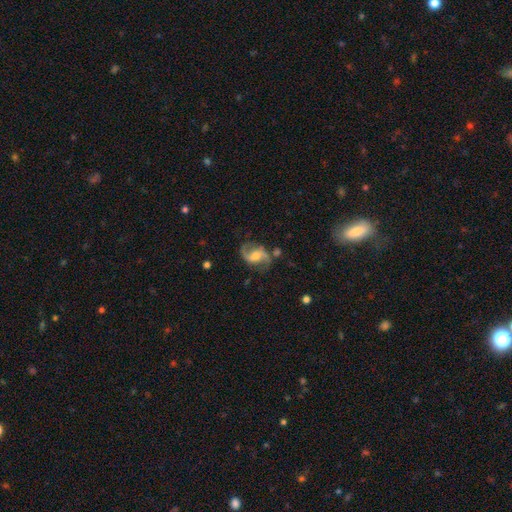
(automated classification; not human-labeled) featured or disk 85%, smooth 9%, star or artifact 6%. Down the decision tree: edge-on disk — no (97%); bar — weak (44%); spiral arms — yes (96%); spiral arm count — 2 (92%); spiral winding — loose (49%); bulge size — moderate (50%); merging — none (72%).